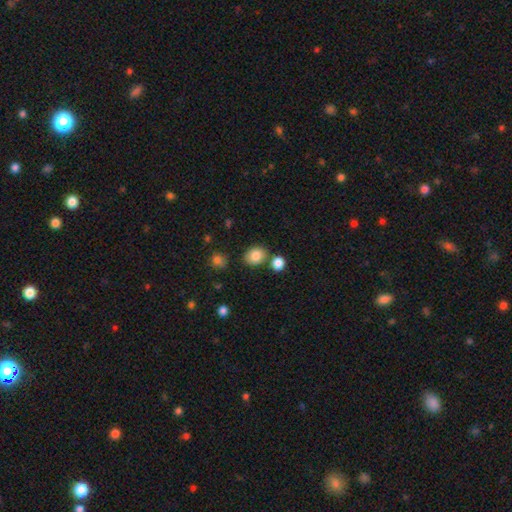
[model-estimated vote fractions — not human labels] This appears to be a smooth galaxy with no disk features (84%) that is in between round and cigar-shaped (50%). Merging: none (72%).